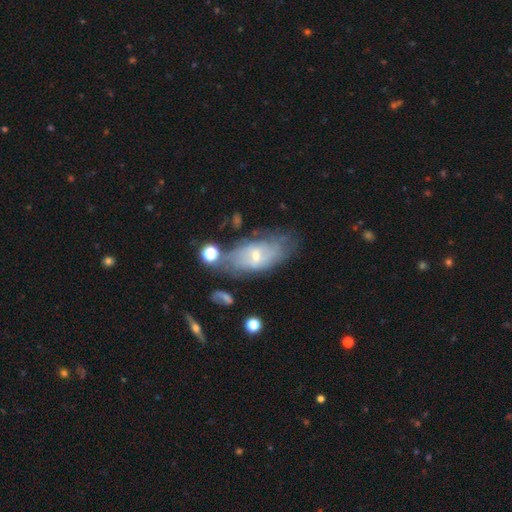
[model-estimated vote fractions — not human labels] Smooth or featured?
  - featured or disk: 61% *
  - smooth: 30%
  - star or artifact: 9%
Edge-on disk?
  - no: 87% *
  - yes: 13%
Bar?
  - weak: 48% *
  - no: 40%
  - strong: 12%
Spiral arms?
  - yes: 63% *
  - no: 37%
Bulge size?
  - small: 54% *
  - moderate: 40%
  - large: 2%
  - none: 2%
  - dominant: 1%
Merging?
  - none: 52% *
  - minor disturbance: 25%
  - major disturbance: 14%
  - merger: 9%